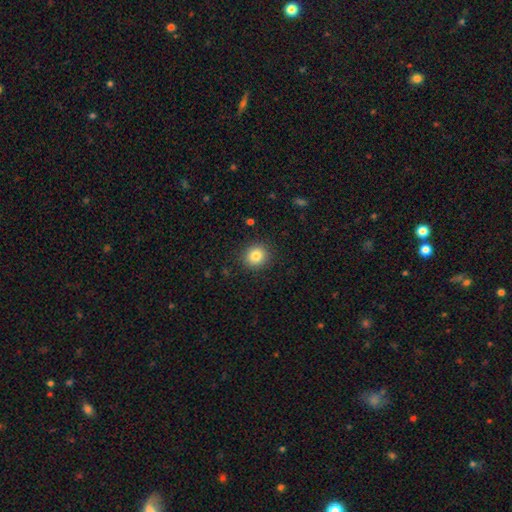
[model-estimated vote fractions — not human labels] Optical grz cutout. It shows a smooth galaxy with no disk features (83%) that is round (89%). Merging: none (90%).